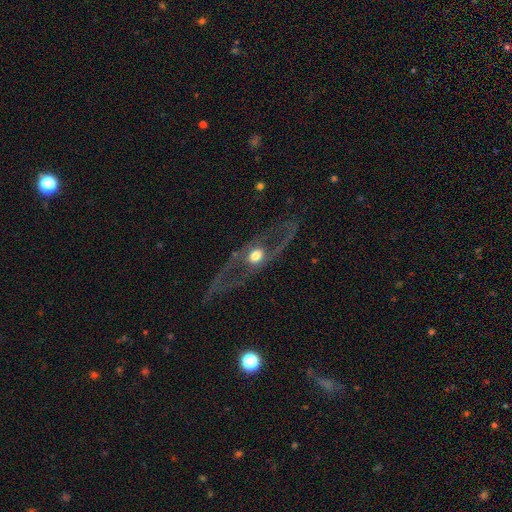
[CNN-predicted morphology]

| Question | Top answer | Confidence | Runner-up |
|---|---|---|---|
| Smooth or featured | featured or disk | 77% | smooth (15%) |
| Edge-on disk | no | 76% | yes (24%) |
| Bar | no | 74% | weak (17%) |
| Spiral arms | yes | 59% | no (41%) |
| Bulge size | moderate | 63% | large (25%) |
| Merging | none | 68% | major disturbance (15%) |